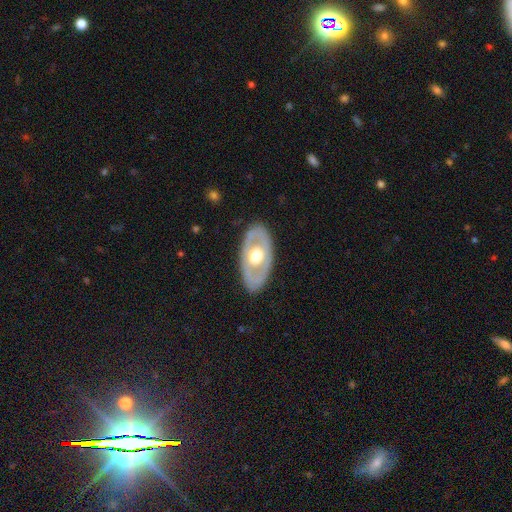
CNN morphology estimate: Smooth or featured? Predicted: featured or disk (p=0.59). Edge-on disk? Predicted: no (p=0.85). Bar? Predicted: no (p=0.90). Spiral arms? Predicted: no (p=0.90). Bulge size? Predicted: moderate (p=0.60). Merging? Predicted: none (p=0.84).